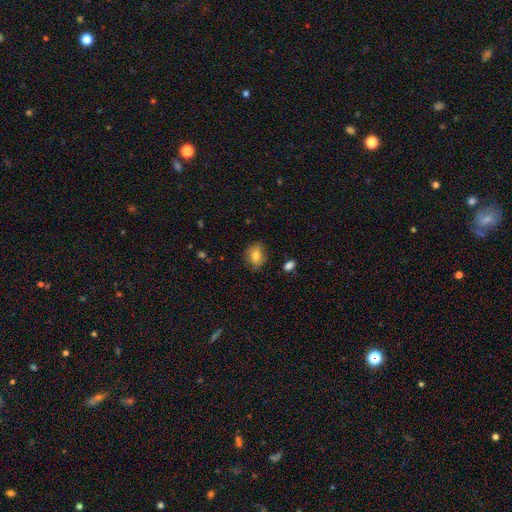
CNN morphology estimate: Smooth or featured? smooth (77%)
How rounded? round (51%)
Merging? none (78%)